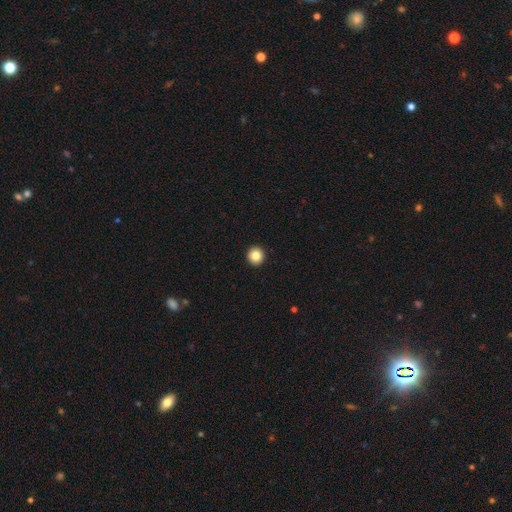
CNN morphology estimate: A smooth galaxy with no disk features (84%) that is round (95%).

Vote fractions:
- Smooth or featured? smooth: 84% / star or artifact: 10% / featured or disk: 6%
- How rounded? round: 95% / in between: 4% / cigar-shaped: 1%
- Merging? none: 94% / minor disturbance: 4% / major disturbance: 1% / merger: 1%